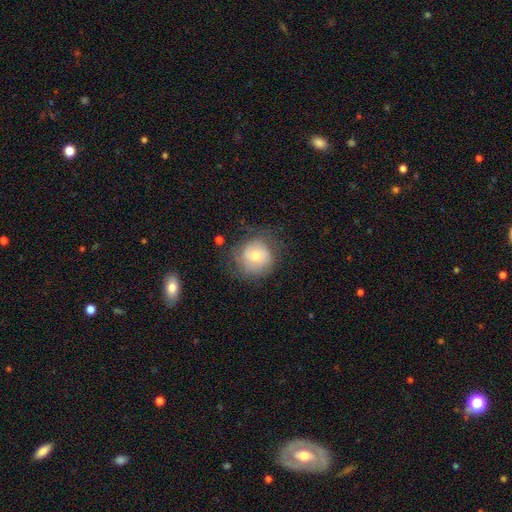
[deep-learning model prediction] Morphology: type=smooth (59%); roundness=round (89%); merging=none (63%).